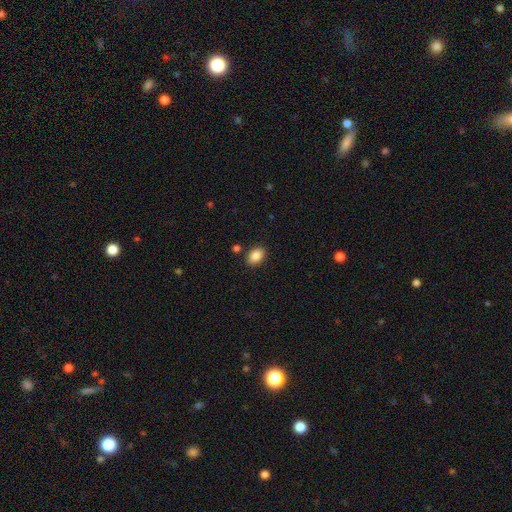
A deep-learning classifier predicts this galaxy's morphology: Overall: smooth (87%). How rounded: in between (77%). Merging: none (86%).